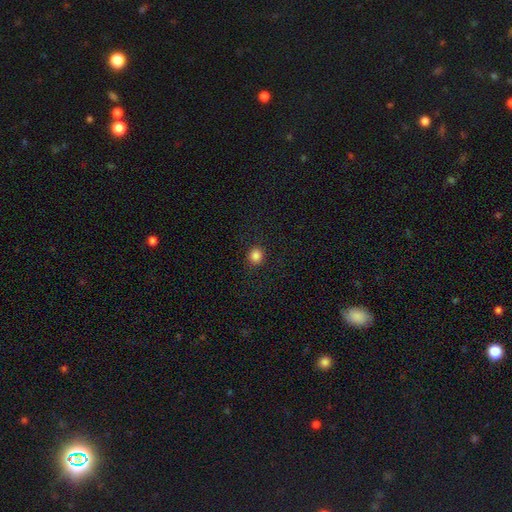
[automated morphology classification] A smooth galaxy with no disk features (85%) that is round (86%). Merging: none (90%).